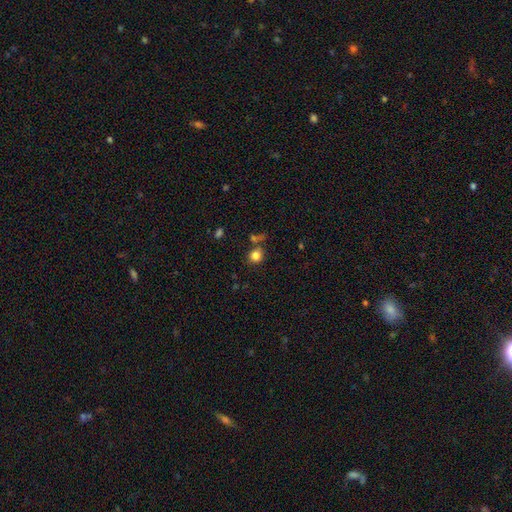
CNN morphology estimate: This appears to be a smooth galaxy with no disk features (82%) that is round (81%). Merging: none (69%).